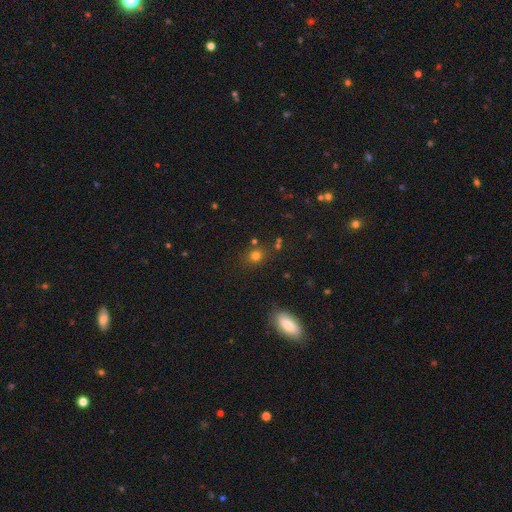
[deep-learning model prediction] Smooth or featured: smooth — 73% (star or artifact — 19%)
How rounded: round — 76% (in between — 22%)
Merging: none — 79% (minor disturbance — 11%)